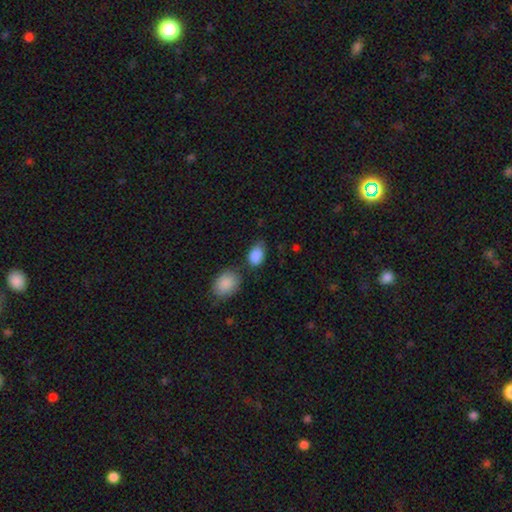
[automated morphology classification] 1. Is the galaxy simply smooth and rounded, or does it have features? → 89% smooth, 7% star or artifact, 4% featured or disk.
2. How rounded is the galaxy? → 84% in between, 14% round, 1% cigar-shaped.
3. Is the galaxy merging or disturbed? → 61% none, 21% minor disturbance, 12% merger, 6% major disturbance.